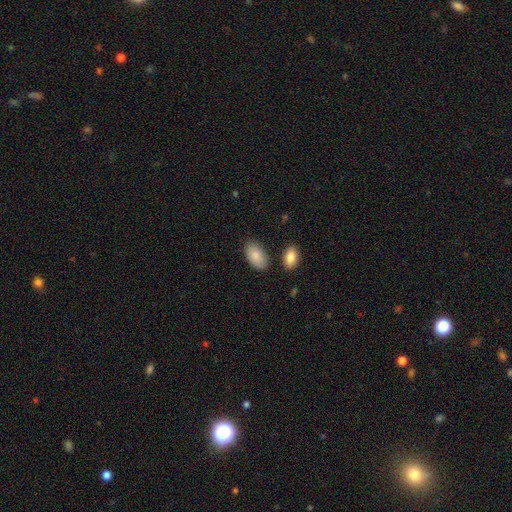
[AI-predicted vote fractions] Smooth or featured: smooth — 87% (featured or disk — 7%)
How rounded: in between — 95% (round — 4%)
Merging: none — 80% (minor disturbance — 13%)